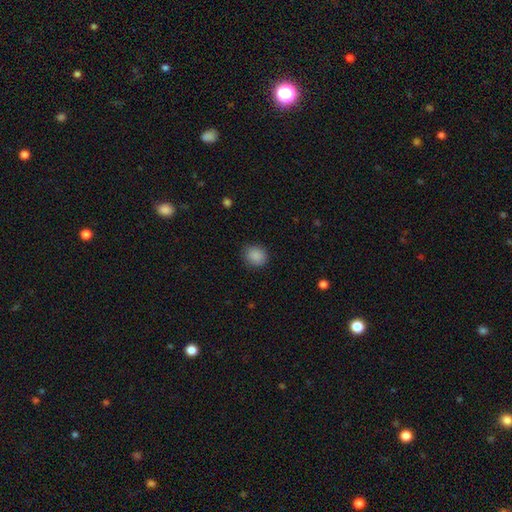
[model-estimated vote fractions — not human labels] Overall: smooth (88%). How rounded: round (73%). Merging: none (85%).